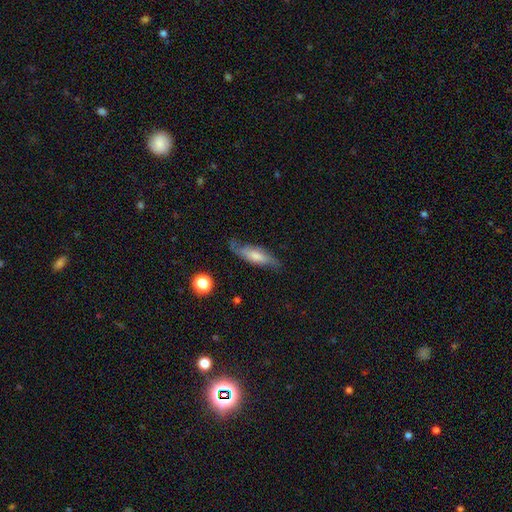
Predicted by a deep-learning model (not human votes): smooth-or-featured: smooth: 50% | featured or disk: 42% | star or artifact: 7%
  how-rounded: cigar-shaped: 50% | in between: 48% | round: 2%
  merging: none: 67% | minor disturbance: 23% | major disturbance: 8% | merger: 2%